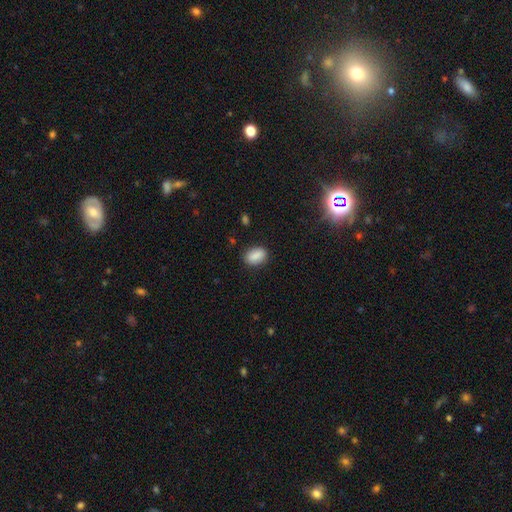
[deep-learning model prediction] A smooth galaxy with no disk features (86%) that is in between round and cigar-shaped (82%).

Vote fractions:
- Smooth or featured? smooth: 86% / star or artifact: 8% / featured or disk: 6%
- How rounded? in between: 82% / round: 16% / cigar-shaped: 2%
- Merging? none: 84% / minor disturbance: 12% / major disturbance: 3% / merger: 1%